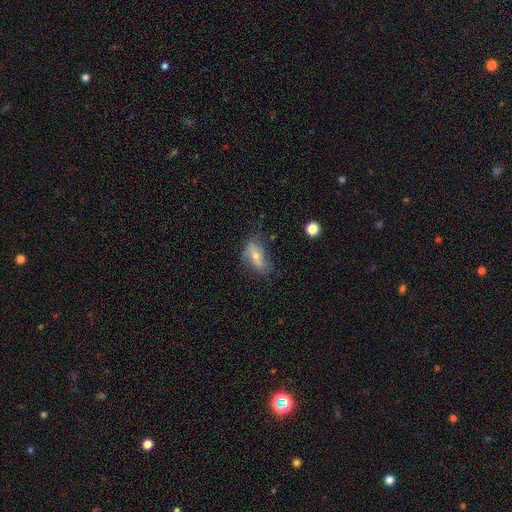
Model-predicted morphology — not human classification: This appears to be a smooth galaxy with no disk features (54%) that is in between round and cigar-shaped (86%). Merging: none (54%).